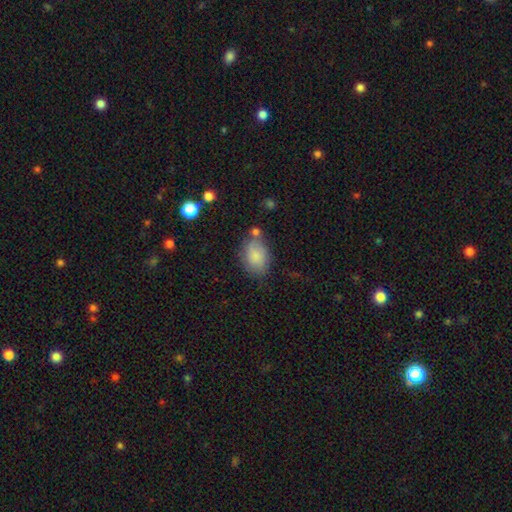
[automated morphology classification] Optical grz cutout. It shows a smooth galaxy with no disk features (82%) that is in between round and cigar-shaped (80%). Merging: none (61%).